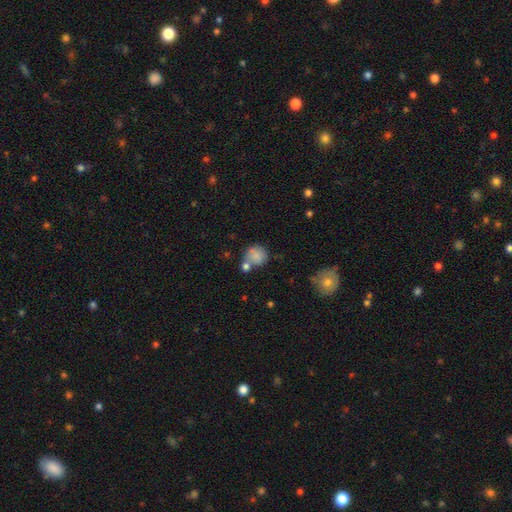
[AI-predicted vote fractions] A smooth galaxy with no disk features (82%) that is round (84%). Merging: none (50%).